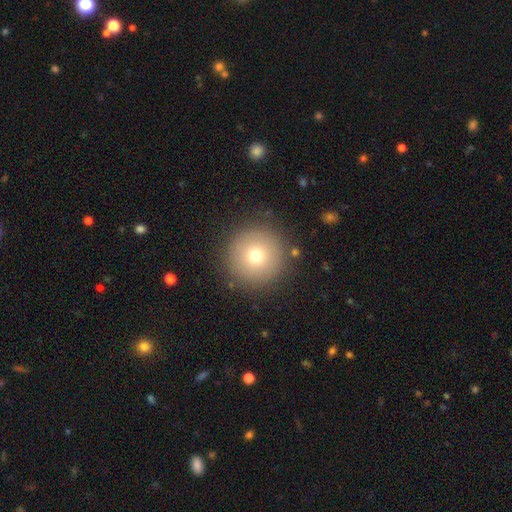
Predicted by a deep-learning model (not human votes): Morphology: type=smooth (72%); roundness=round (97%); merging=none (89%).